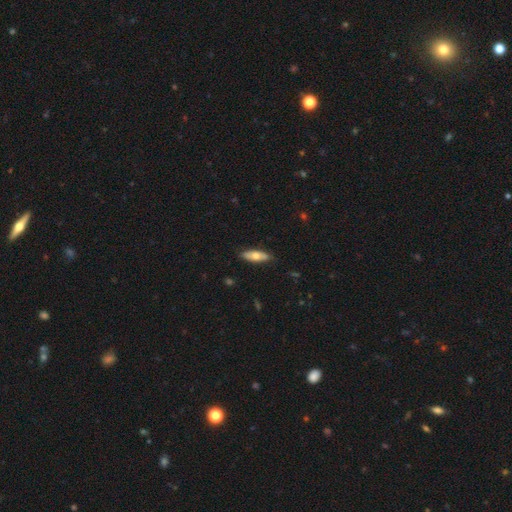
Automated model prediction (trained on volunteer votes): A smooth galaxy with no disk features (60%) that is in between round and cigar-shaped (64%).

Vote fractions:
- Smooth or featured? smooth: 60% / featured or disk: 34% / star or artifact: 6%
- How rounded? in between: 64% / cigar-shaped: 33% / round: 2%
- Merging? none: 84% / minor disturbance: 13% / major disturbance: 2% / merger: 1%